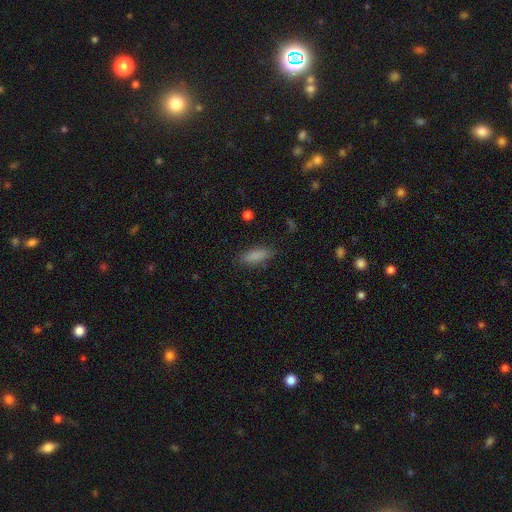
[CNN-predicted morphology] Smooth or featured?
  - smooth: 86% *
  - star or artifact: 8%
  - featured or disk: 6%
How rounded?
  - in between: 66% *
  - cigar-shaped: 32%
  - round: 2%
Merging?
  - none: 83% *
  - minor disturbance: 13%
  - major disturbance: 3%
  - merger: 1%